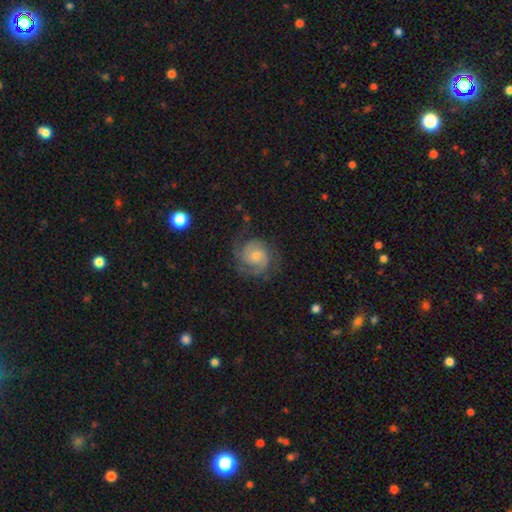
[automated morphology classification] This appears to be a featured or disk galaxy (80%) with no bar (65%), 2 (61%) tight (51%) spiral arms (95%) and a small central bulge (54%). Merging: none (71%).